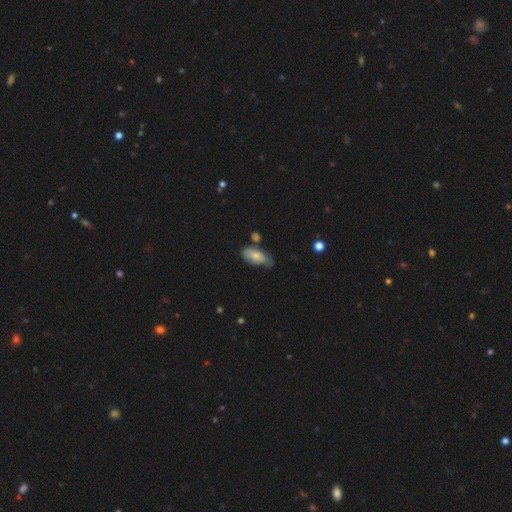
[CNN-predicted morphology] This is likely a smooth galaxy (73%). How rounded: clearly in between (88%). Merging: possibly none (51%).